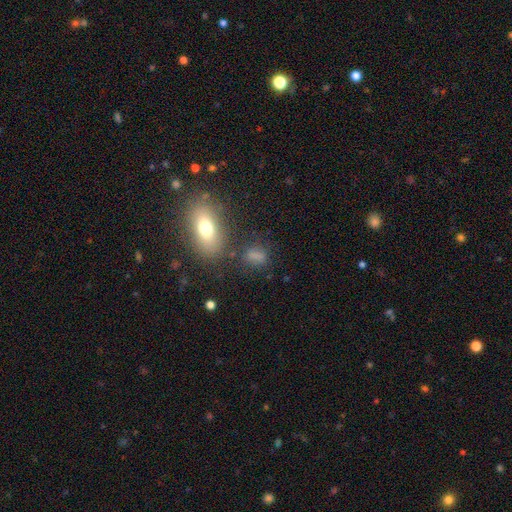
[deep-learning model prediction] Morphology: type=smooth (75%); roundness=in between (69%); merging=none (68%).